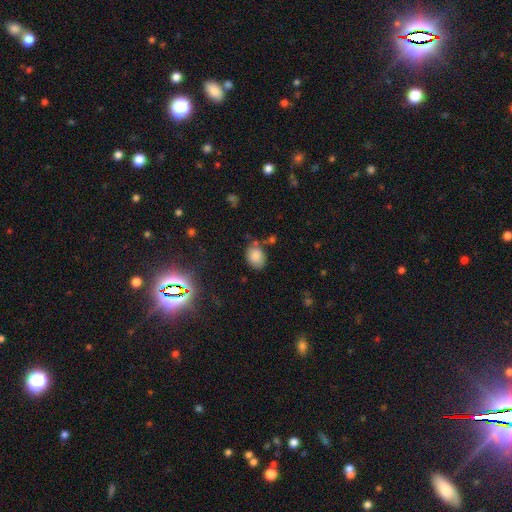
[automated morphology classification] smooth-or-featured: smooth: 84% | star or artifact: 10% | featured or disk: 6%
  how-rounded: in between: 63% | round: 36% | cigar-shaped: 1%
  merging: none: 67% | minor disturbance: 20% | merger: 8% | major disturbance: 5%